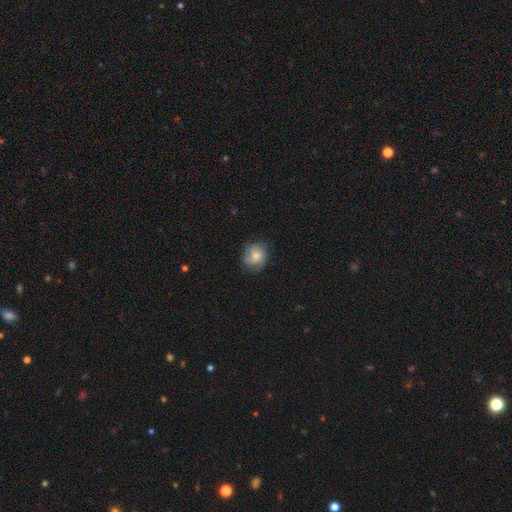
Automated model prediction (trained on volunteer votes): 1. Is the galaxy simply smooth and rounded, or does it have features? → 66% smooth, 25% featured or disk, 8% star or artifact.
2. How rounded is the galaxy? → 74% round, 25% in between, 1% cigar-shaped.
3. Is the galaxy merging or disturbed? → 69% none, 23% minor disturbance, 7% major disturbance, 1% merger.